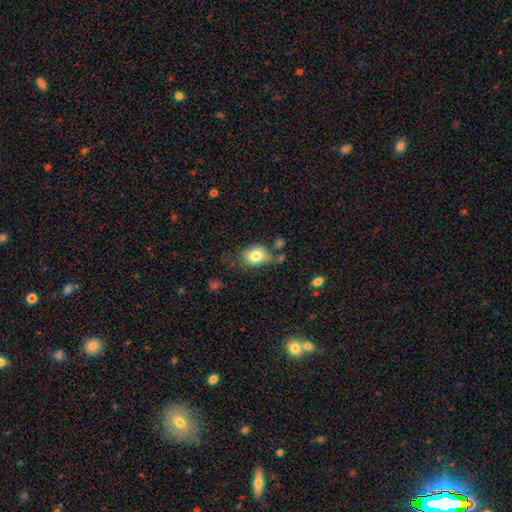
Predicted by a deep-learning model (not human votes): Smooth or featured? Predicted: smooth (p=0.77). How rounded? Predicted: in between (p=0.66). Merging? Predicted: none (p=0.41).